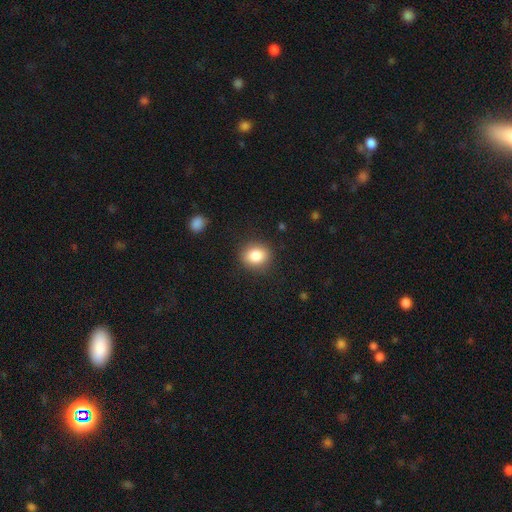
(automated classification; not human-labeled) This is clearly a smooth galaxy (85%). How rounded: likely round (67%). Merging: clearly none (87%).